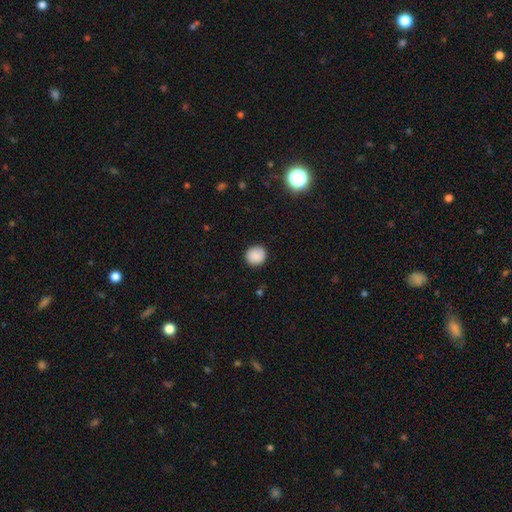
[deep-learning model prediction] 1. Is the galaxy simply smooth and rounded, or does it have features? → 89% smooth, 8% star or artifact, 3% featured or disk.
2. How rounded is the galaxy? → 91% round, 8% in between, 1% cigar-shaped.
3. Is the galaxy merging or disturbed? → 90% none, 7% minor disturbance, 2% major disturbance, 1% merger.